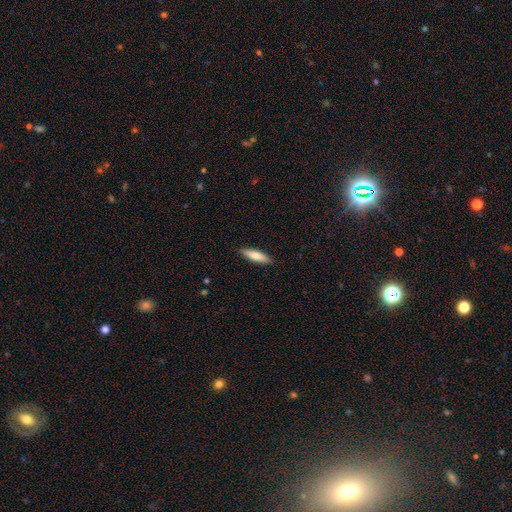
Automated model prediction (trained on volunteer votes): Q: Smooth or featured?
A: smooth (75%); runner-up: featured or disk (20%)
Q: How rounded?
A: cigar-shaped (63%); runner-up: in between (36%)
Q: Merging?
A: none (89%); runner-up: minor disturbance (8%)